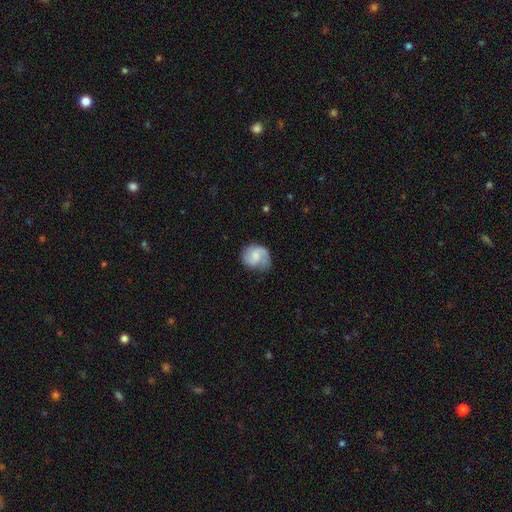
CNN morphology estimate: A featured or disk galaxy (53%) with no bar (53%), spiral arms (89%) and a small central bulge (33%).

Vote fractions:
- Smooth or featured? featured or disk: 53% / smooth: 40% / star or artifact: 7%
- Edge-on disk? no: 98% / yes: 2%
- Bar? no: 53% / weak: 40% / strong: 7%
- Spiral arms? yes: 89% / no: 11%
- Bulge size? small: 33% / moderate: 31% / none: 27% / large: 8% / dominant: 2%
- Merging? none: 58% / minor disturbance: 28% / major disturbance: 13% / merger: 2%